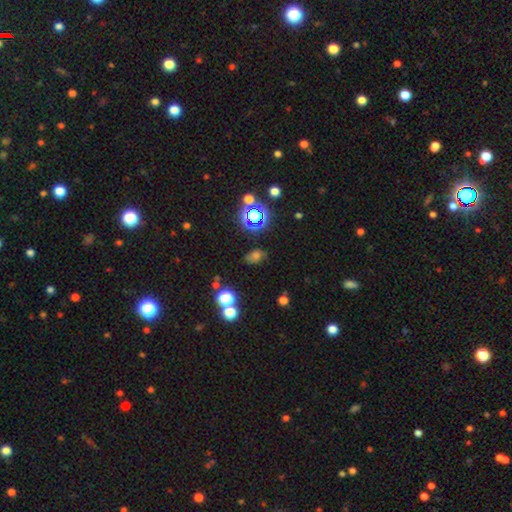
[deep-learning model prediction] Smooth or featured? Predicted: smooth (p=0.44). Merging? Predicted: none (p=0.72).